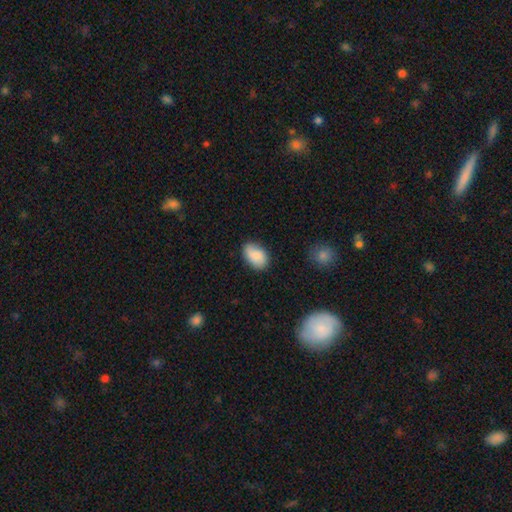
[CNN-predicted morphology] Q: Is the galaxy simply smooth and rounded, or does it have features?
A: smooth — 83%.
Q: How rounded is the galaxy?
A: in between — 87%.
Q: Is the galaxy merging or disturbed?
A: none — 76%.